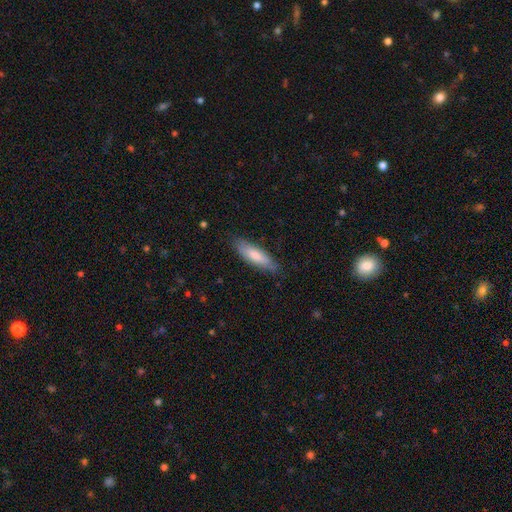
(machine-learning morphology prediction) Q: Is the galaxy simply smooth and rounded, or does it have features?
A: smooth — 77%.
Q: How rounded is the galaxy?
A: cigar-shaped — 58%.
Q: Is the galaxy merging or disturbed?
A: none — 82%.